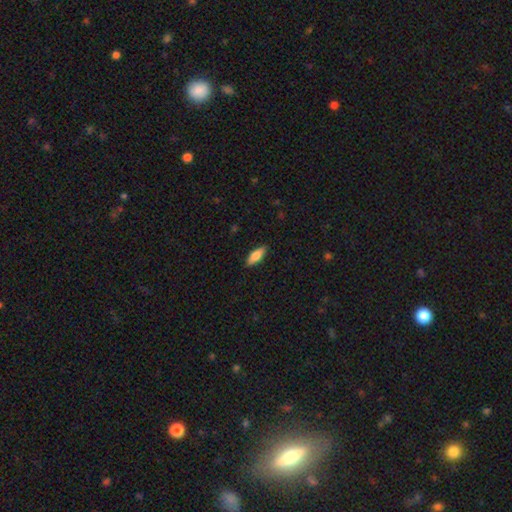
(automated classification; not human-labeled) The model was most divided on "how rounded": in between: 74%, cigar-shaped: 23%, round: 2%. More confident: merging — none (87%); smooth or featured — smooth (78%).